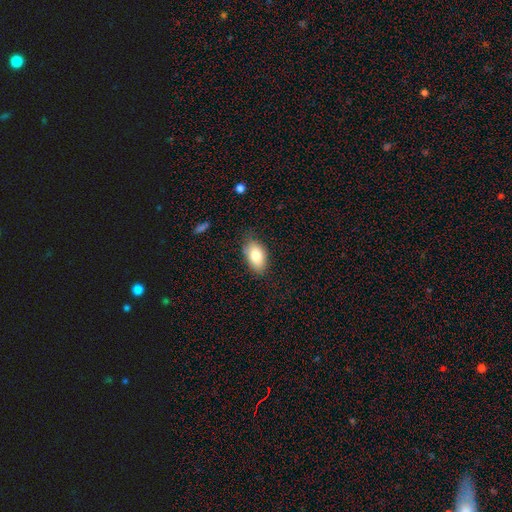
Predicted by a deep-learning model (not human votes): Smooth or featured? smooth (79%)
How rounded? in between (91%)
Merging? none (77%)